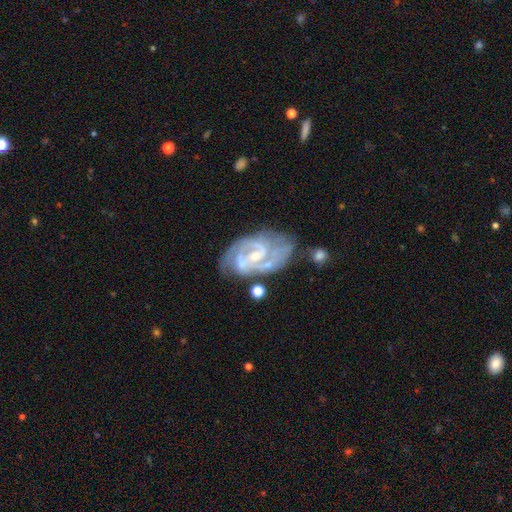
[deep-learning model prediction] Morphology: type=featured or disk (89%); edge-on=no (97%); bar=weak (51%); spiral arms=yes (97%); winding=tight (47%); arm count=2 (73%); bulge=small (60%); merging=none (64%).